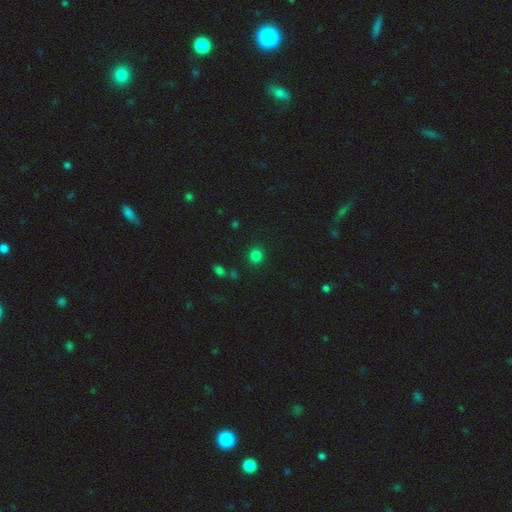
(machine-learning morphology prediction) Smooth or featured?
  - smooth: 81% *
  - star or artifact: 15%
  - featured or disk: 4%
How rounded?
  - round: 90% *
  - in between: 9%
  - cigar-shaped: 1%
Merging?
  - none: 88% *
  - minor disturbance: 7%
  - merger: 3%
  - major disturbance: 3%